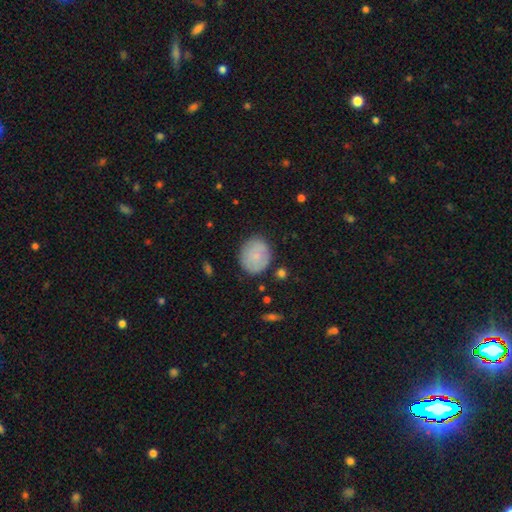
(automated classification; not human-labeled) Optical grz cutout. It shows a smooth galaxy with no disk features (77%) that is round (73%). Merging: none (83%).